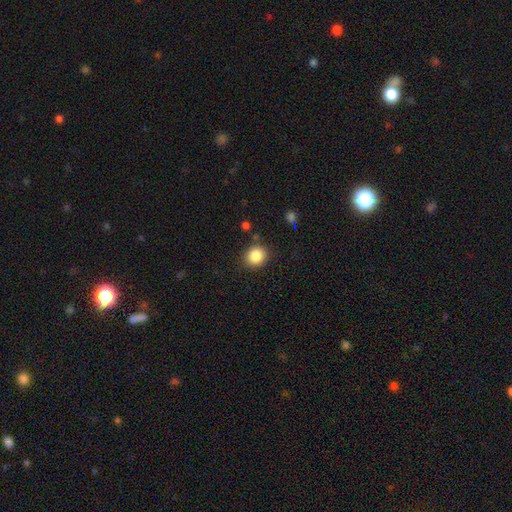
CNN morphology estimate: smooth-or-featured: smooth: 87% | star or artifact: 9% | featured or disk: 4%
  how-rounded: round: 76% | in between: 23% | cigar-shaped: 1%
  merging: none: 84% | minor disturbance: 10% | major disturbance: 3% | merger: 3%